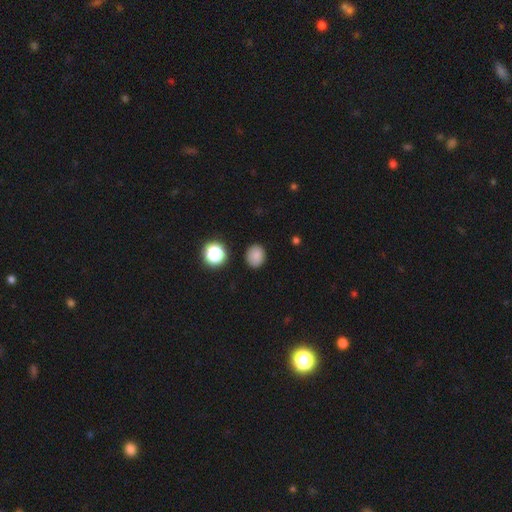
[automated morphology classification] type=smooth (83%); roundness=round (65%); merging=none (88%).